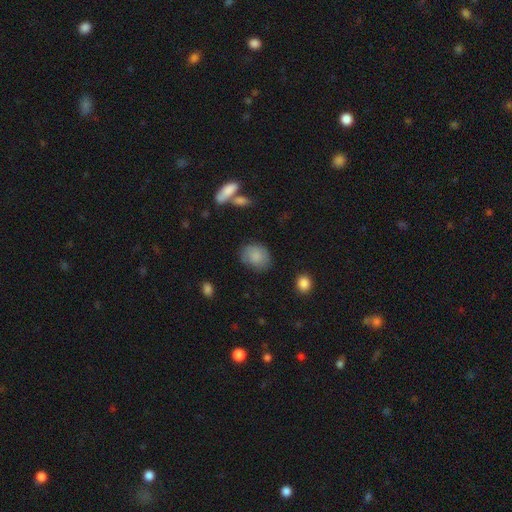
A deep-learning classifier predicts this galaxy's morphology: The model was most divided on "how rounded": in between: 55%, round: 44%, cigar-shaped: 1%. More confident: smooth or featured — smooth (82%); merging — none (72%).